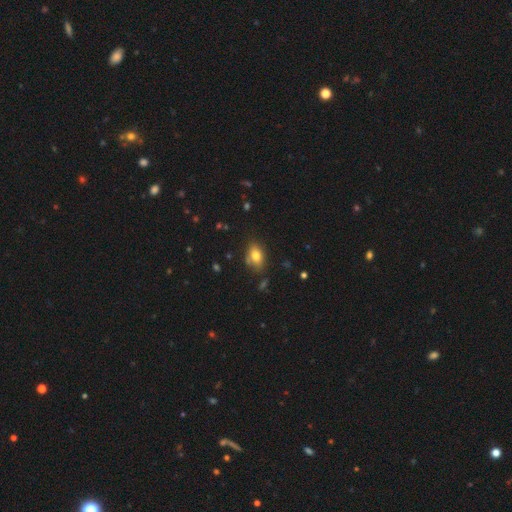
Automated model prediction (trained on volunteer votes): This appears to be a smooth galaxy with no disk features (78%) that is in between round and cigar-shaped (80%). Merging: none (74%).